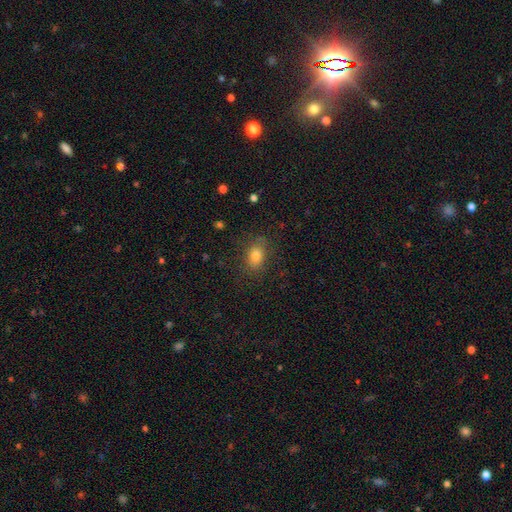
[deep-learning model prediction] This appears to be a smooth galaxy with no disk features (78%) that is in between round and cigar-shaped (76%). Merging: none (81%).